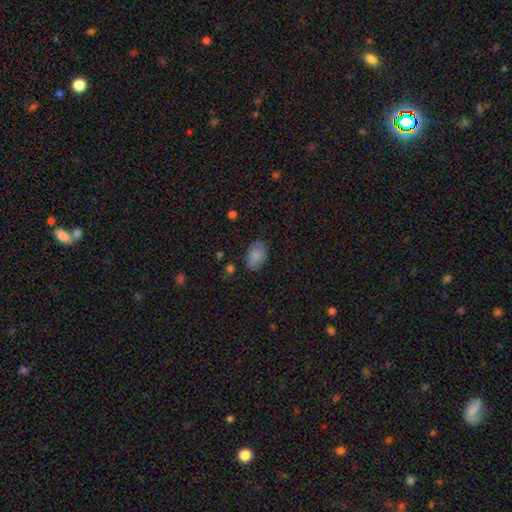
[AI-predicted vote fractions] Smooth or featured? smooth (85%)
How rounded? in between (88%)
Merging? none (79%)